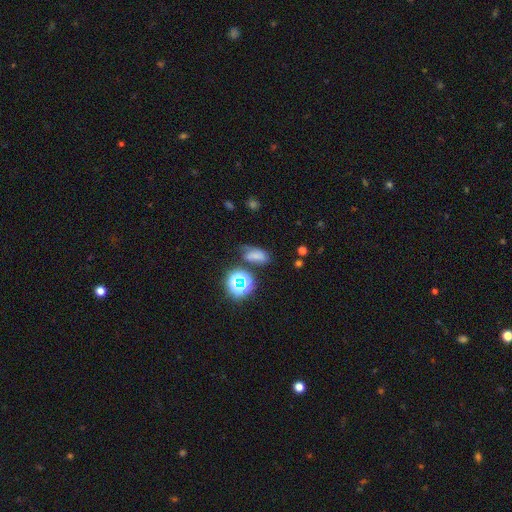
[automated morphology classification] smooth-or-featured: smooth: 54% | star or artifact: 25% | featured or disk: 21%
  how-rounded: in between: 78% | round: 16% | cigar-shaped: 6%
  merging: none: 49% | minor disturbance: 27% | major disturbance: 16% | merger: 8%